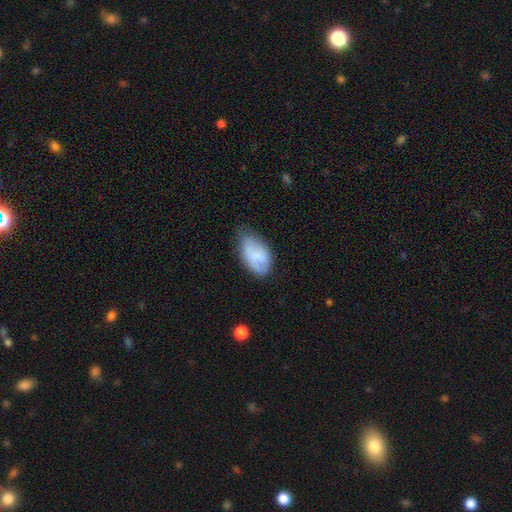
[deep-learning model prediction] Smooth or featured? smooth (76%)
How rounded? in between (93%)
Merging? none (52%)